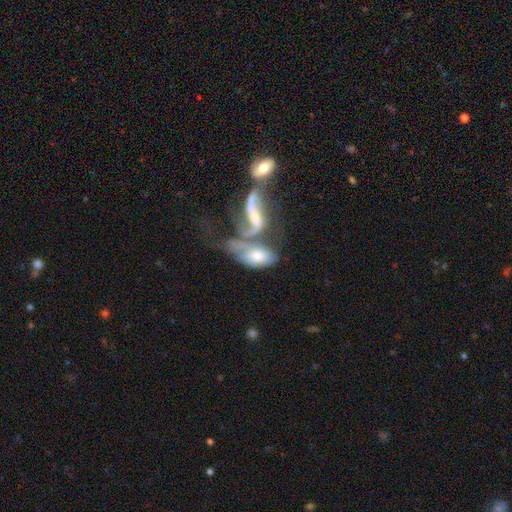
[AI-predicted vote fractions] Smooth or featured: featured or disk — 63% (smooth — 28%)
Edge-on disk: no — 87% (yes — 13%)
Bar: no — 49% (weak — 34%)
Spiral arms: yes — 74% (no — 26%)
Bulge size: moderate — 44% (small — 38%)
Merging: merger — 65% (major disturbance — 13%)